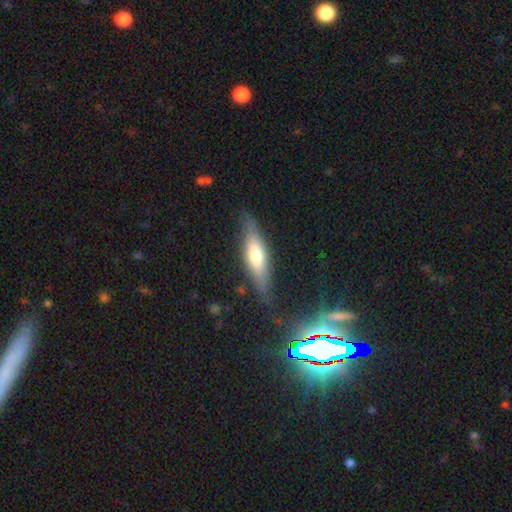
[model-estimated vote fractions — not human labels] A smooth galaxy with no disk features (53%) that is cigar-shaped (60%).

Vote fractions:
- Smooth or featured? smooth: 53% / featured or disk: 40% / star or artifact: 6%
- How rounded? cigar-shaped: 60% / in between: 38% / round: 2%
- Merging? none: 76% / minor disturbance: 16% / major disturbance: 5% / merger: 2%